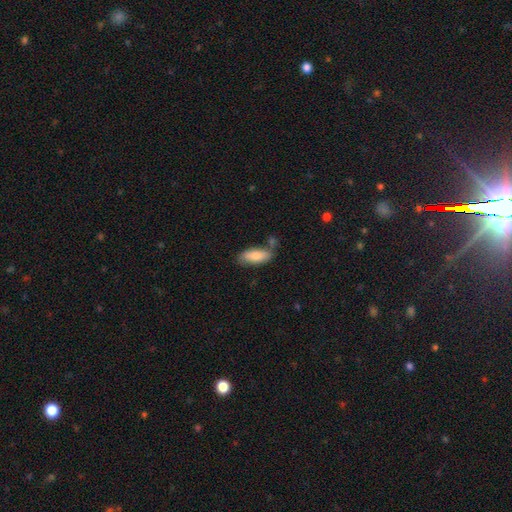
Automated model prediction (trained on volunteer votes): Smooth or featured: smooth — 80% (featured or disk — 14%)
How rounded: in between — 80% (cigar-shaped — 18%)
Merging: none — 64% (minor disturbance — 19%)